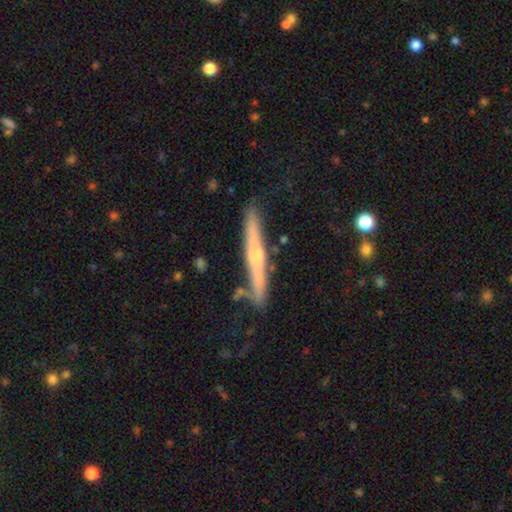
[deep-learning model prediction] The model was most divided on "smooth or featured": featured or disk: 55%, smooth: 39%, star or artifact: 6%. More confident: edge-on disk — yes (95%); merging — none (80%); edge-on bulge — rounded (62%).